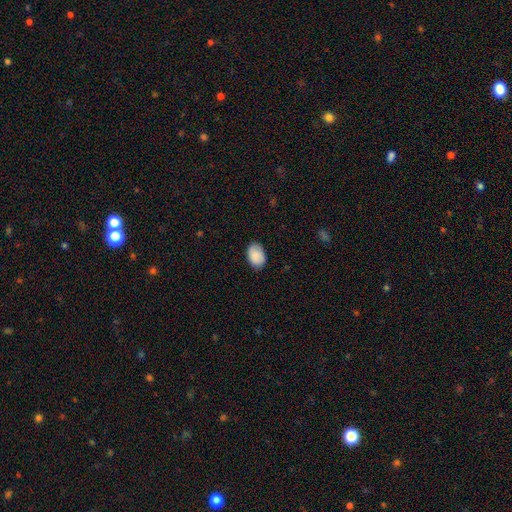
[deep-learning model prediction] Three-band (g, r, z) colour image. It shows a smooth galaxy with no disk features (87%) that is in between round and cigar-shaped (87%). Merging: none (84%).